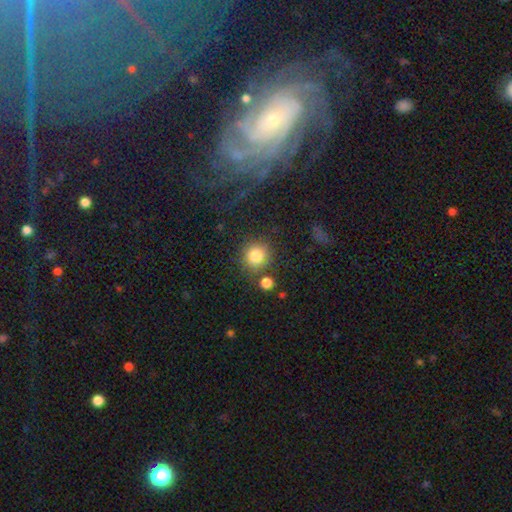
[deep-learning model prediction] Smooth or featured? smooth (82%)
How rounded? round (91%)
Merging? none (75%)